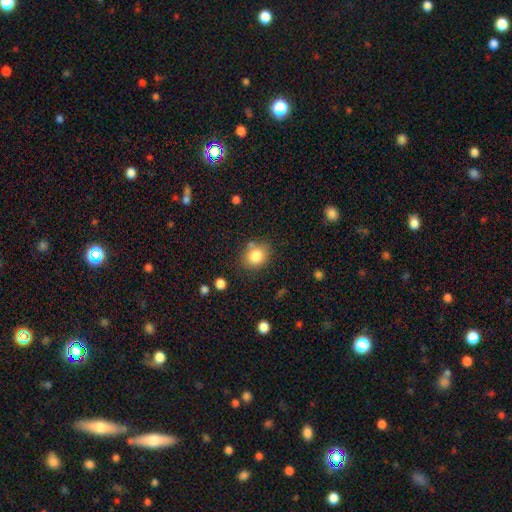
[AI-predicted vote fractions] Morphology: type=smooth (82%); roundness=round (67%); merging=none (76%).